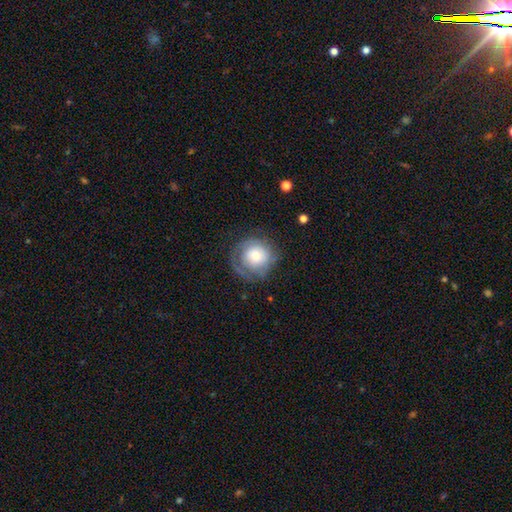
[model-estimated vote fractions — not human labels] Smooth or featured: smooth — 56% (featured or disk — 35%)
How rounded: round — 91% (in between — 8%)
Merging: none — 65% (minor disturbance — 21%)